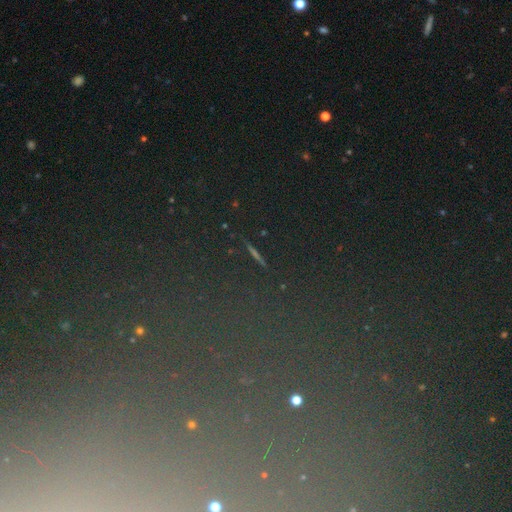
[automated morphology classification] This appears to be a star or artifact, not a galaxy (75%).